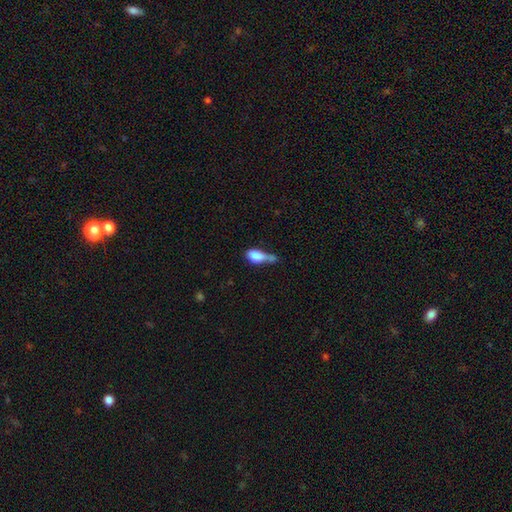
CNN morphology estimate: smooth_or_featured: smooth (p=0.78) [alt: featured or disk p=0.14]
how_rounded: in between (p=0.80) [alt: cigar-shaped p=0.10]
merging: merger (p=0.33) [alt: minor disturbance p=0.25]